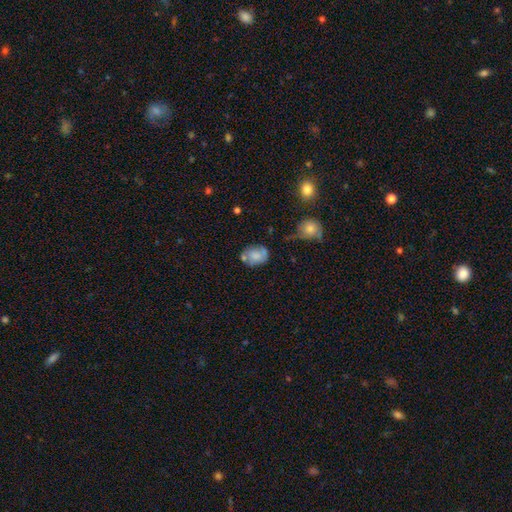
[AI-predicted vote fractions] Morphology: type=smooth (62%); roundness=in between (64%); merging=none (48%).